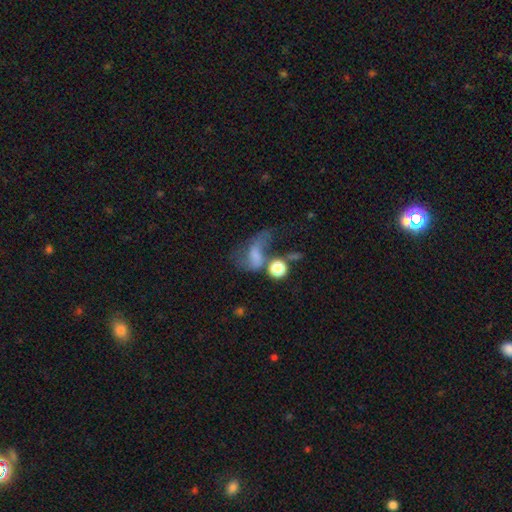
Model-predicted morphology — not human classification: Smooth or featured? Predicted: smooth (p=0.50). How rounded? Predicted: in between (p=0.69). Merging? Predicted: major disturbance (p=0.42).